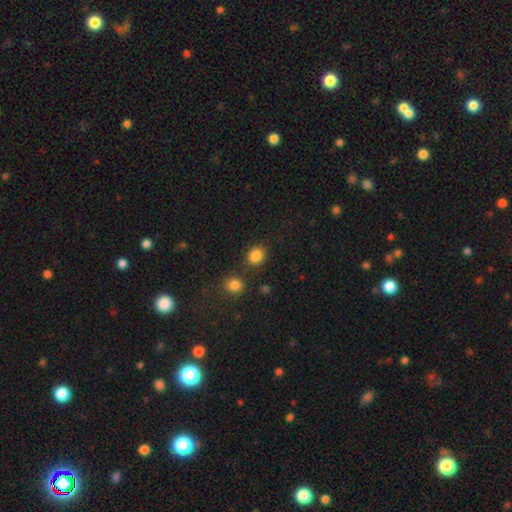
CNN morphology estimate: Q: Smooth or featured?
A: smooth (86%); runner-up: star or artifact (11%)
Q: How rounded?
A: round (67%); runner-up: in between (32%)
Q: Merging?
A: none (76%); runner-up: minor disturbance (11%)